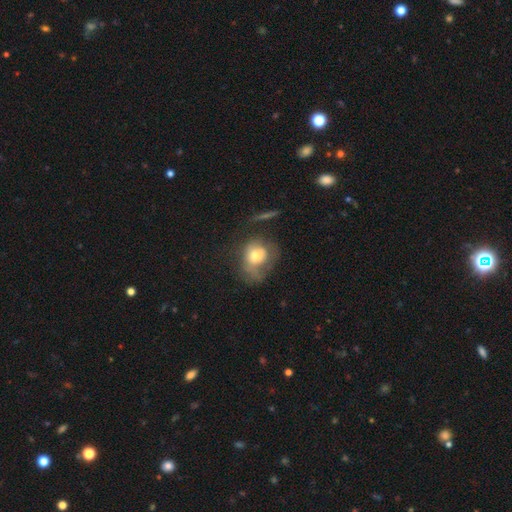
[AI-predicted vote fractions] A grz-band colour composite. It shows a smooth galaxy with no disk features (63%) that is round (62%). Merging: none (38%).